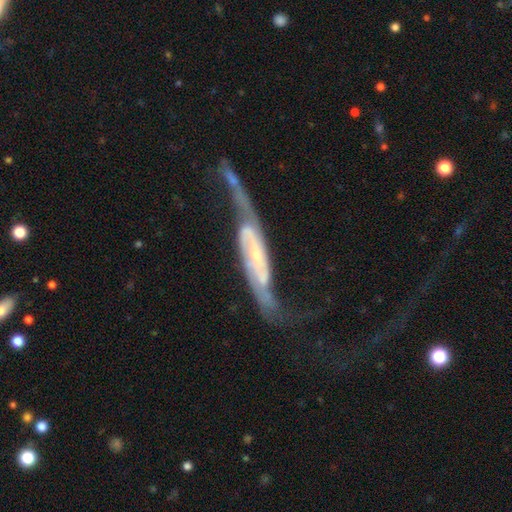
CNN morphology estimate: Smooth or featured? featured or disk (83%)
Edge-on disk? no (73%)
Bar? no (37%)
Spiral arms? yes (90%)
Spiral winding? loose (45%)
Spiral arm count? 2 (82%)
Bulge size? small (68%)
Merging? major disturbance (35%)